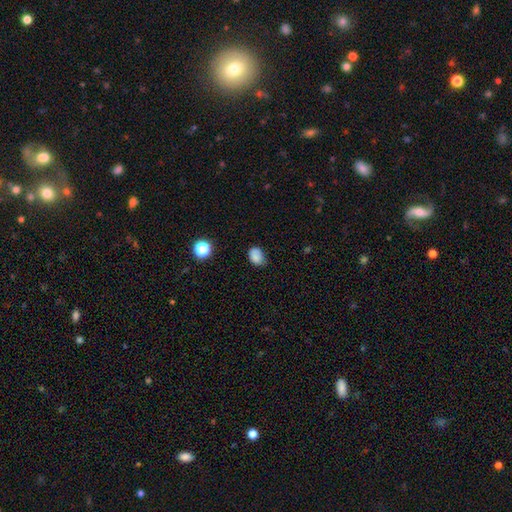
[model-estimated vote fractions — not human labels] Smooth or featured: smooth — 82% (star or artifact — 11%)
How rounded: in between — 72% (round — 27%)
Merging: none — 67% (minor disturbance — 26%)